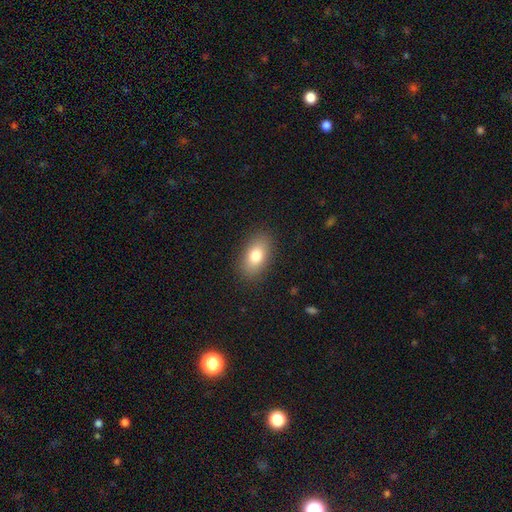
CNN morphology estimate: smooth-or-featured: smooth: 80% | featured or disk: 12% | star or artifact: 8%
  how-rounded: in between: 90% | round: 8% | cigar-shaped: 3%
  merging: none: 87% | minor disturbance: 9% | major disturbance: 3% | merger: 1%